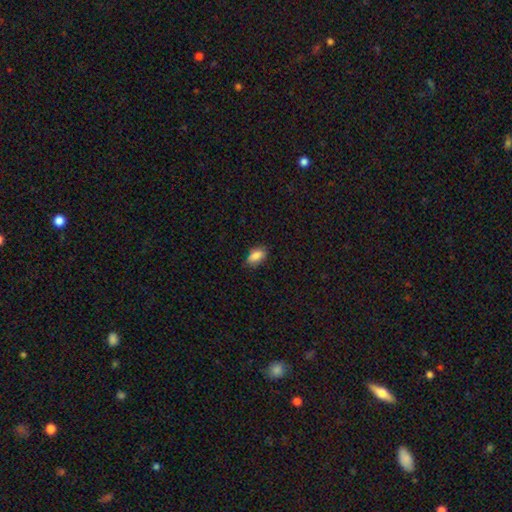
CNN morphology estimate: This appears to be a smooth galaxy with no disk features (86%) that is in between round and cigar-shaped (90%). Merging: none (76%).